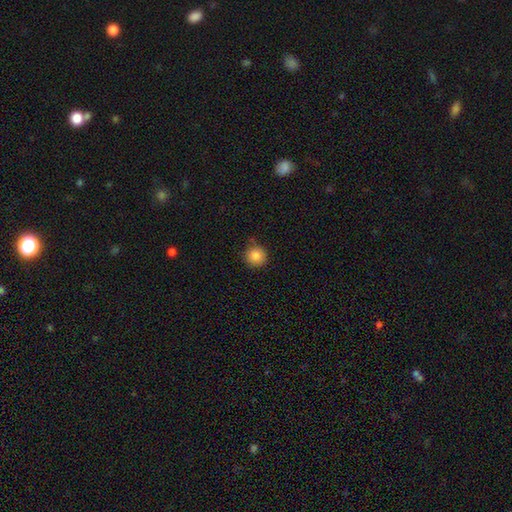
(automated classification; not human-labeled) This appears to be a smooth galaxy with no disk features (85%) that is round (94%). Merging: none (83%).